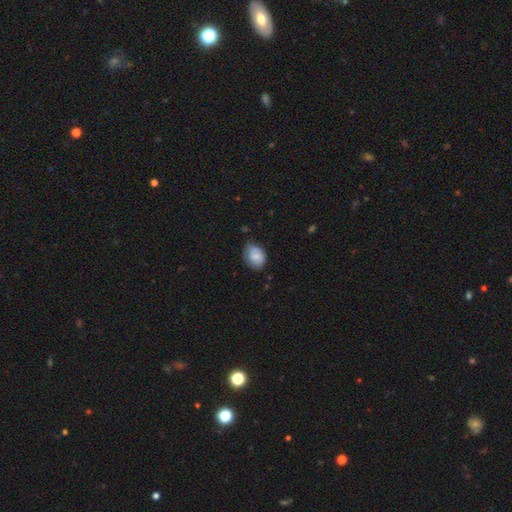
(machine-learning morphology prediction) Smooth or featured? Predicted: smooth (p=0.75). How rounded? Predicted: in between (p=0.59). Merging? Predicted: none (p=0.57).